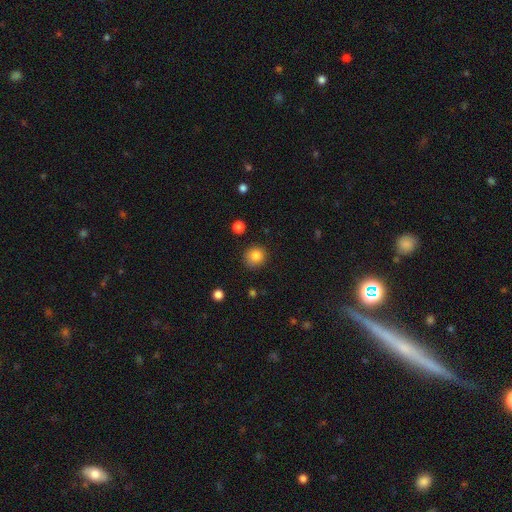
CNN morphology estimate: Smooth or featured?
  - smooth: 84% *
  - star or artifact: 10%
  - featured or disk: 5%
How rounded?
  - round: 90% *
  - in between: 9%
  - cigar-shaped: 1%
Merging?
  - none: 85% *
  - minor disturbance: 10%
  - major disturbance: 3%
  - merger: 2%